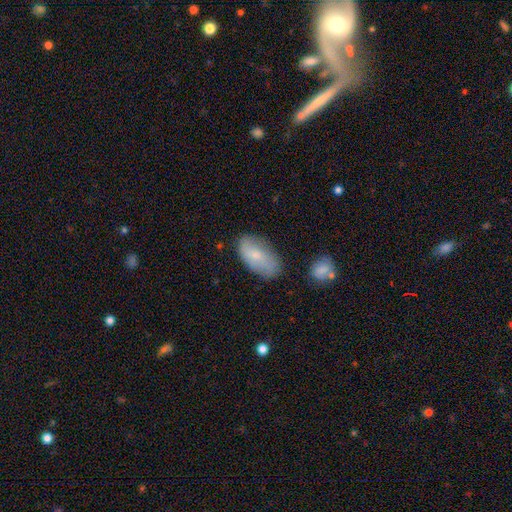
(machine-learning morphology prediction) Smooth or featured: smooth — 73% (featured or disk — 21%)
How rounded: in between — 94% (cigar-shaped — 3%)
Merging: none — 71% (minor disturbance — 22%)